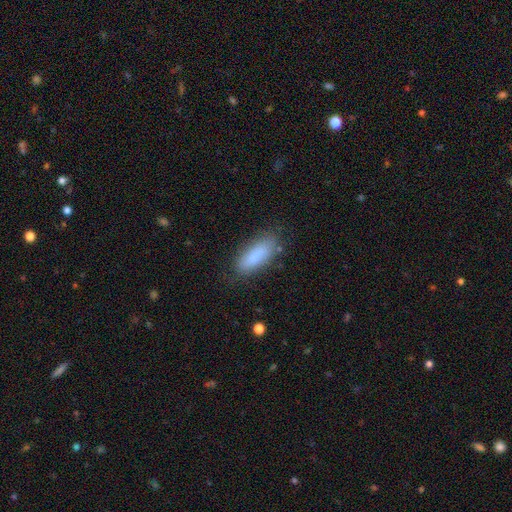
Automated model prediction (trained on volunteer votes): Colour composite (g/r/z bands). It shows a smooth galaxy with no disk features (84%) that is in between round and cigar-shaped (74%). Merging: none (77%).